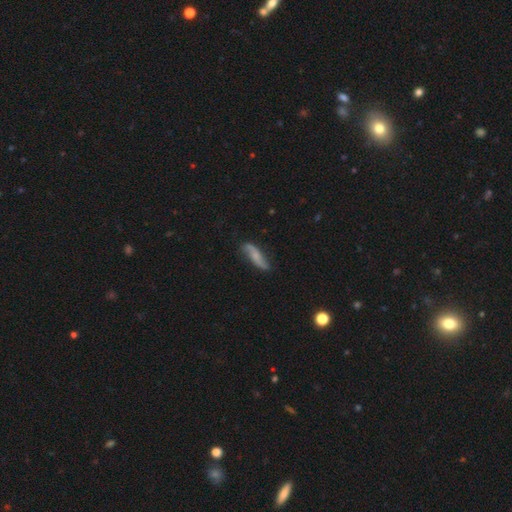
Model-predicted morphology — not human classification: smooth-or-featured: featured or disk: 55% | smooth: 39% | star or artifact: 7%
  disk-edge-on: no: 74% | yes: 26%
  merging: none: 73% | minor disturbance: 20% | major disturbance: 5% | merger: 2%